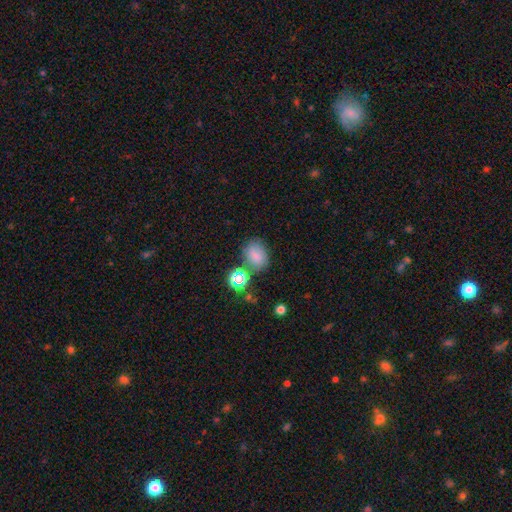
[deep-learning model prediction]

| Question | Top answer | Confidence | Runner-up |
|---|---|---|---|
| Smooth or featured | smooth | 72% | star or artifact (18%) |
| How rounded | in between | 64% | round (35%) |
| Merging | none | 62% | minor disturbance (18%) |